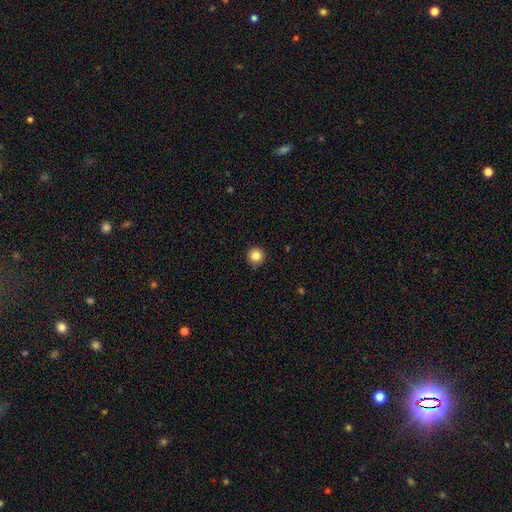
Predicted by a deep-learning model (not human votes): smooth 84%, star or artifact 11%, featured or disk 6%. Down the decision tree: how rounded — round (96%); merging — none (90%).